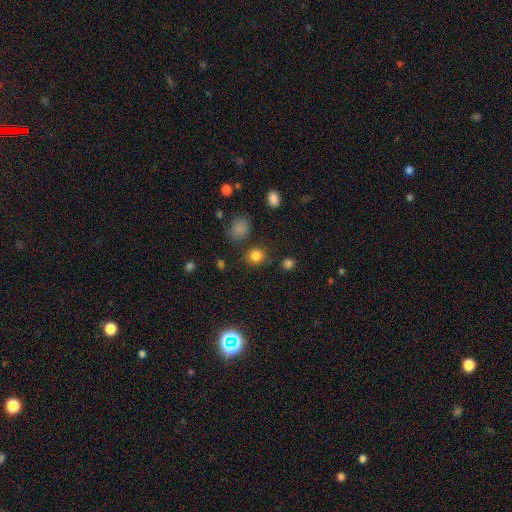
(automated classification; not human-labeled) Overall: smooth (82%). How rounded: round (78%). Merging: none (81%).